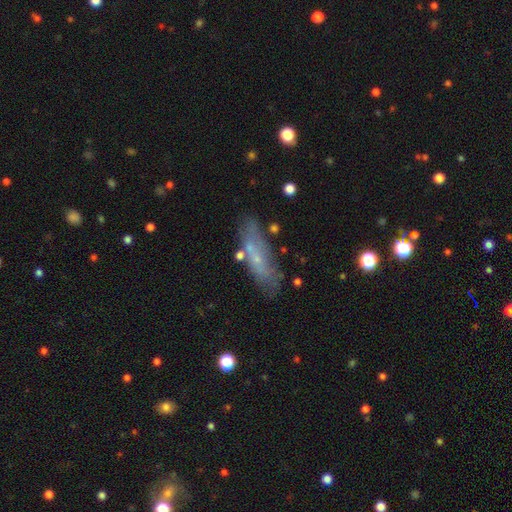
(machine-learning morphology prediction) featured or disk 46%, smooth 45%, star or artifact 9%. Down the decision tree: merging — none (68%).